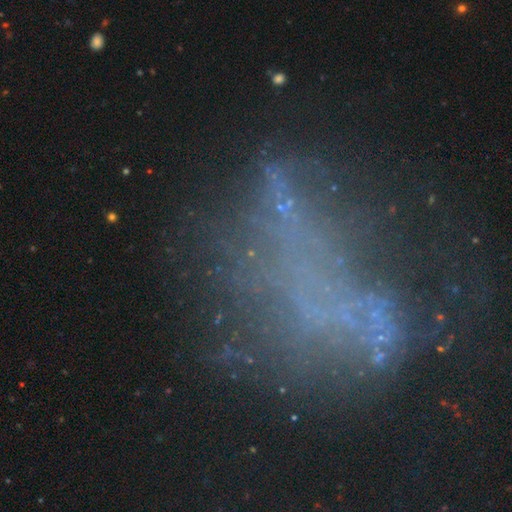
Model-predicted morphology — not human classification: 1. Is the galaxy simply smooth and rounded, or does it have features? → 40% star or artifact (tied), 40% featured or disk (tied), 20% smooth.